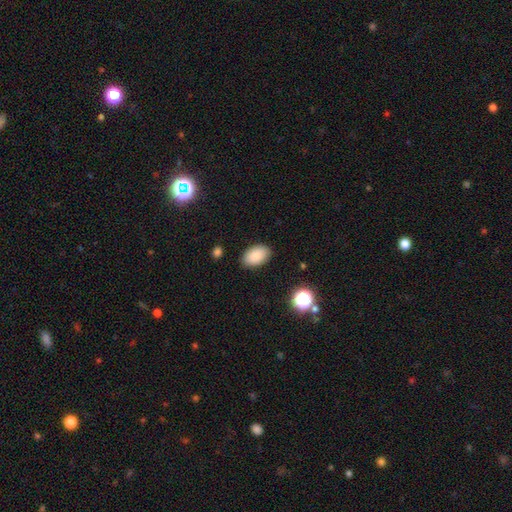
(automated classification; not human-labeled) Q: Smooth or featured?
A: smooth (87%); runner-up: star or artifact (8%)
Q: How rounded?
A: in between (92%); runner-up: round (6%)
Q: Merging?
A: none (86%); runner-up: minor disturbance (10%)